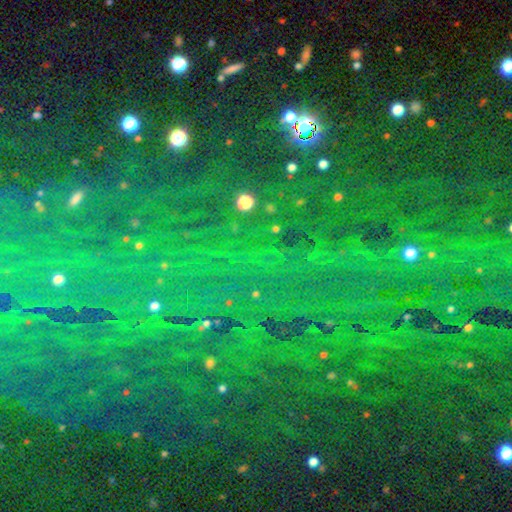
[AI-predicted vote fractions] Smooth or featured? star or artifact (82%)